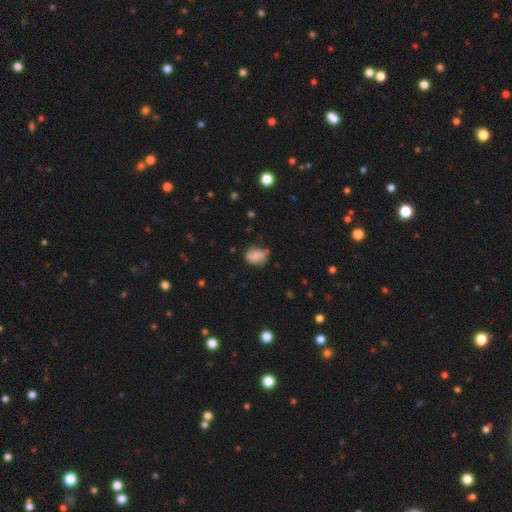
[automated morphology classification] smooth_or_featured: smooth (p=0.71) [alt: featured or disk p=0.19]
how_rounded: in between (p=0.62) [alt: round p=0.37]
merging: none (p=0.57) [alt: minor disturbance p=0.30]